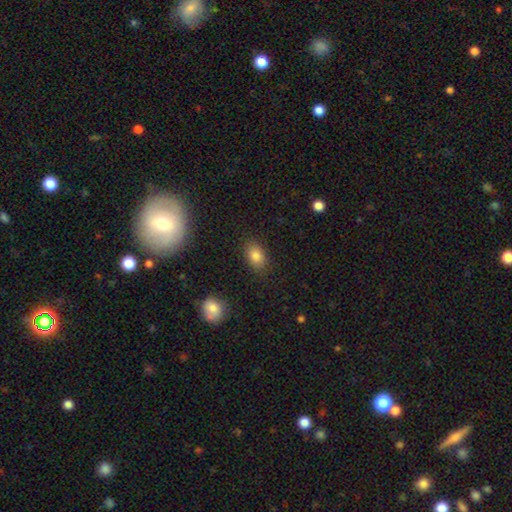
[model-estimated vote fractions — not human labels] The model was most divided on "how rounded": in between: 82%, round: 16%, cigar-shaped: 2%. More confident: merging — none (85%); smooth or featured — smooth (83%).